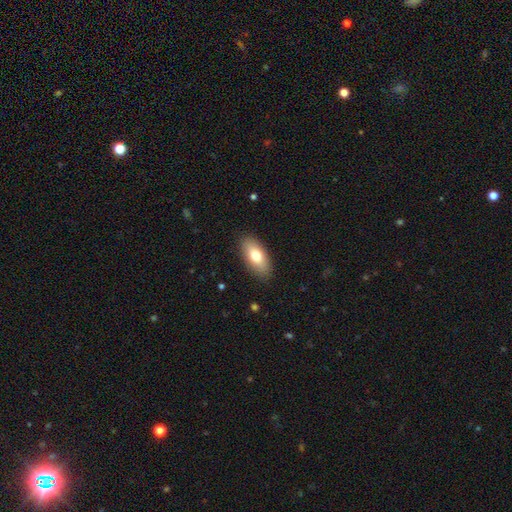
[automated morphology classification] A smooth galaxy with no disk features (76%) that is in between round and cigar-shaped (88%).

Vote fractions:
- Smooth or featured? smooth: 76% / featured or disk: 17% / star or artifact: 6%
- How rounded? in between: 88% / cigar-shaped: 10% / round: 3%
- Merging? none: 87% / minor disturbance: 9% / major disturbance: 2% / merger: 1%